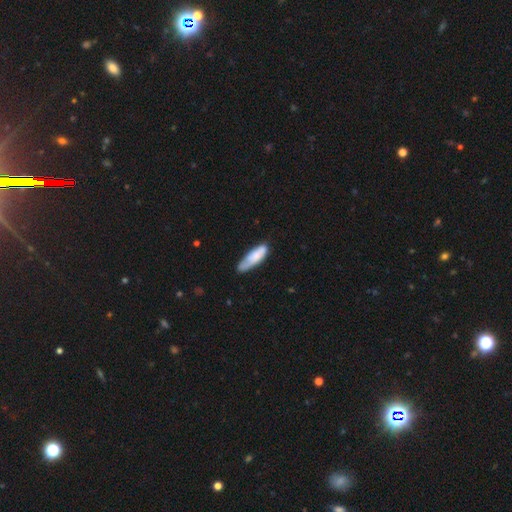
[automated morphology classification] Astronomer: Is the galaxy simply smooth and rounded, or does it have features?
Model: smooth — 72%.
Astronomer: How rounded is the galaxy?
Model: cigar-shaped — 49%, tied with in between at 49%.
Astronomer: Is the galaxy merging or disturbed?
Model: none — 61%.